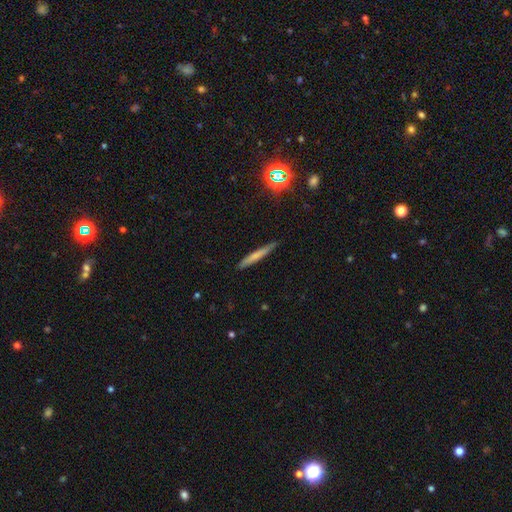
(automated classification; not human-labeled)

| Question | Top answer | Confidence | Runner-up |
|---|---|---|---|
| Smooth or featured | smooth | 64% | featured or disk (27%) |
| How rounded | cigar-shaped | 95% | in between (3%) |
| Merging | none | 86% | minor disturbance (11%) |